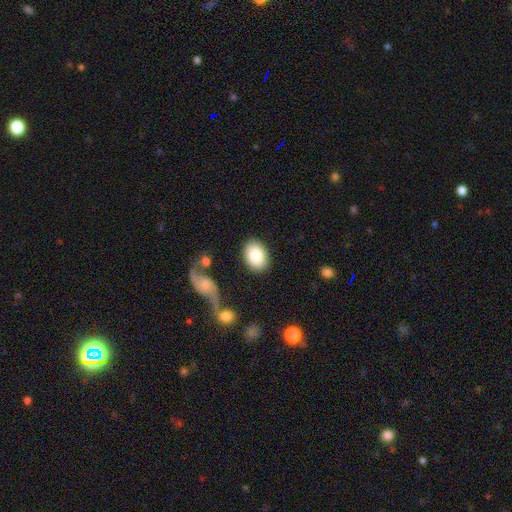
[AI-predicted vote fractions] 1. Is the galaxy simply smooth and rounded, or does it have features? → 83% smooth, 10% featured or disk, 7% star or artifact.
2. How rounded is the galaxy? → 74% in between, 25% round, 1% cigar-shaped.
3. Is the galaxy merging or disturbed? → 84% none, 10% minor disturbance, 3% merger, 3% major disturbance.